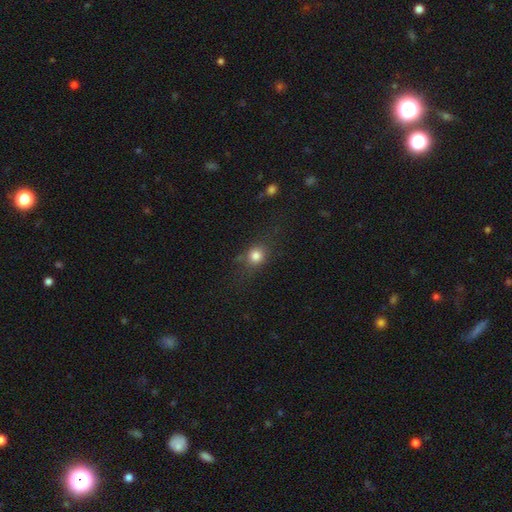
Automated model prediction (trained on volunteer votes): smooth-or-featured: smooth: 79% | star or artifact: 12% | featured or disk: 8%
  how-rounded: round: 73% | in between: 25% | cigar-shaped: 2%
  merging: none: 69% | minor disturbance: 18% | major disturbance: 9% | merger: 3%